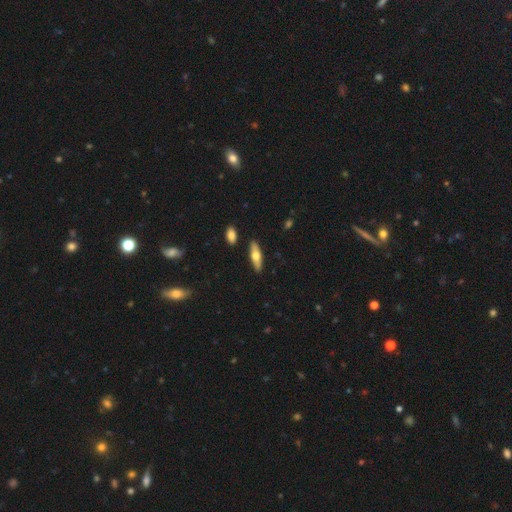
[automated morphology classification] Overall: smooth (54%; featured or disk 41%). How rounded: cigar-shaped (54%; in between 43%). Merging: none (88%).